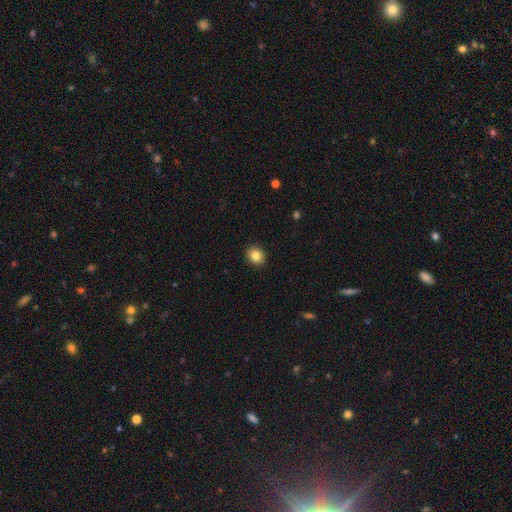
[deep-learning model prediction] This appears to be a smooth galaxy with no disk features (83%) that is round (72%). Merging: none (92%).